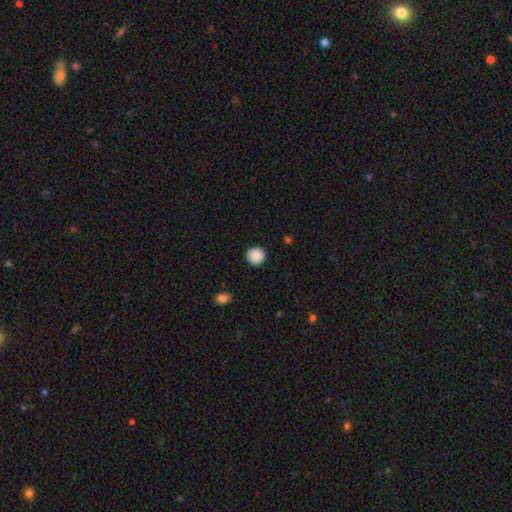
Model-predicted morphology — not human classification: A smooth galaxy with no disk features (89%) that is round (95%). Merging: none (92%).